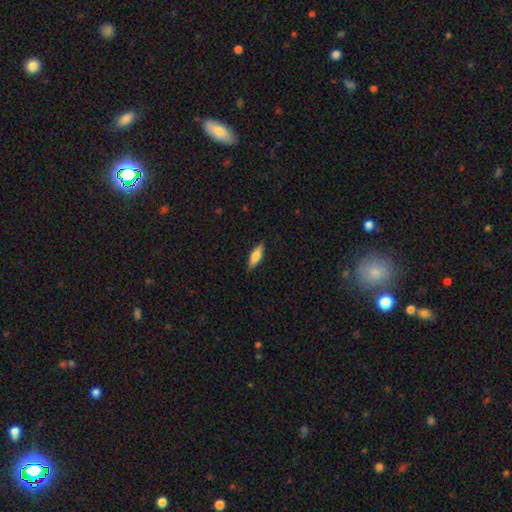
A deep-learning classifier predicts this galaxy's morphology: Smooth or featured?
  - smooth: 57% *
  - featured or disk: 37%
  - star or artifact: 6%
How rounded?
  - cigar-shaped: 51% *
  - in between: 46%
  - round: 3%
Merging?
  - none: 86% *
  - minor disturbance: 11%
  - major disturbance: 2%
  - merger: 1%